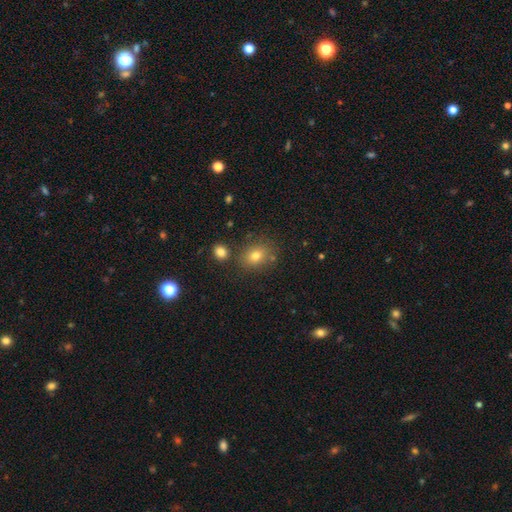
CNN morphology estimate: Smooth or featured?
  - smooth: 75% *
  - star or artifact: 14%
  - featured or disk: 10%
How rounded?
  - in between: 49% * (tied)
  - round: 49% * (tied)
  - cigar-shaped: 1%
Merging?
  - none: 76% *
  - minor disturbance: 12%
  - merger: 8%
  - major disturbance: 4%